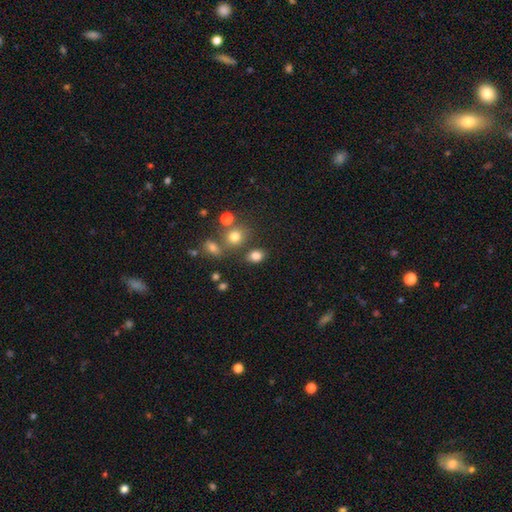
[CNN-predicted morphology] Q: Smooth or featured?
A: smooth (80%); runner-up: star or artifact (14%)
Q: How rounded?
A: in between (61%); runner-up: round (37%)
Q: Merging?
A: none (71%); runner-up: minor disturbance (12%)